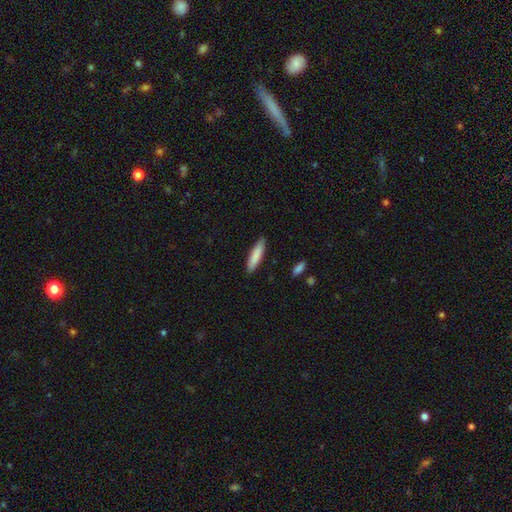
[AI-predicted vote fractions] This appears to be a smooth galaxy with no disk features (84%) that is cigar-shaped (76%). Merging: none (87%).